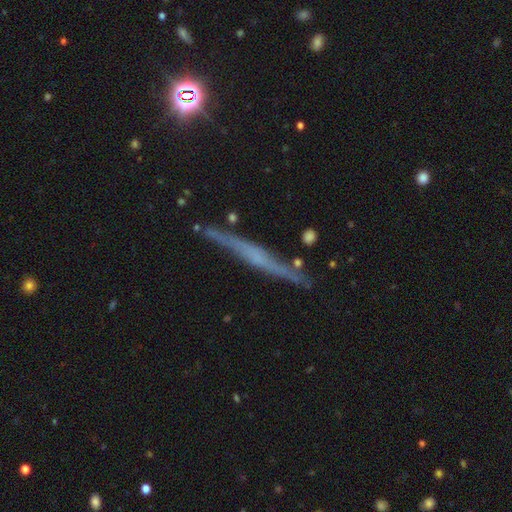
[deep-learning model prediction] This is likely a featured or disk galaxy (68%). It is clearly viewed edge-on (94%). Edge-on bulge: possibly none (59%). Merging: clearly none (81%).